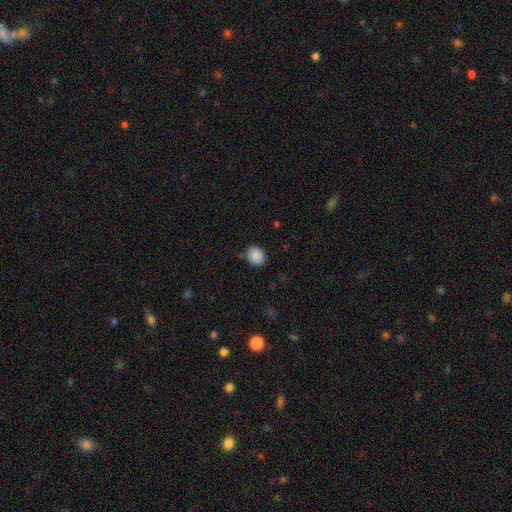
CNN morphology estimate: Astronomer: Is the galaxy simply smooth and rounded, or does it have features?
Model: smooth — 89%.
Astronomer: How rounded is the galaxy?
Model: round — 59% (runner-up: in between, 40%).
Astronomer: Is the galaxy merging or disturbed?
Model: none — 82%.